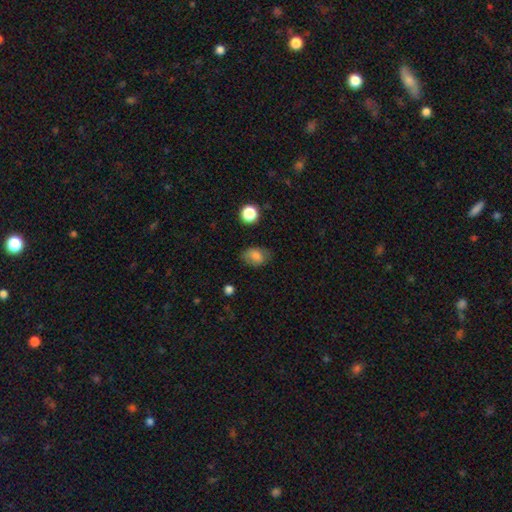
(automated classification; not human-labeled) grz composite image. It shows a smooth galaxy with no disk features (81%) that is in between round and cigar-shaped (75%). Merging: none (71%).